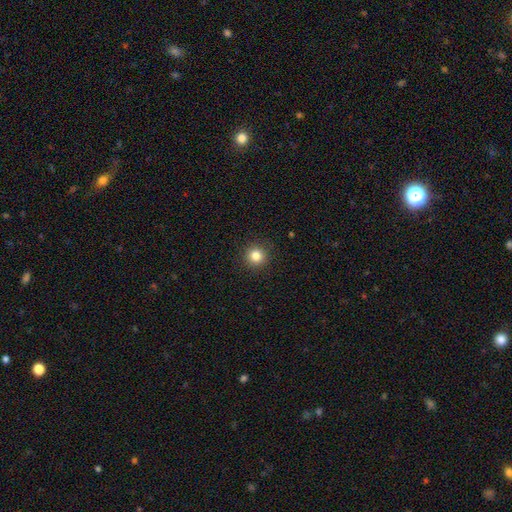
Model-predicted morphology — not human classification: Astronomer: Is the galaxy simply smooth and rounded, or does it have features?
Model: smooth — 83%.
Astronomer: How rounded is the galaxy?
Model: round — 94%.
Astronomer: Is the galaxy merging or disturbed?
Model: none — 92%.